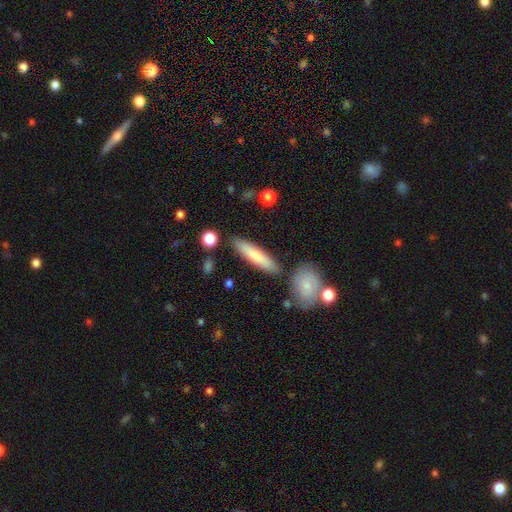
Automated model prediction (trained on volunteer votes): Smooth or featured? Predicted: smooth (p=0.73). How rounded? Predicted: cigar-shaped (p=0.80). Merging? Predicted: none (p=0.83).